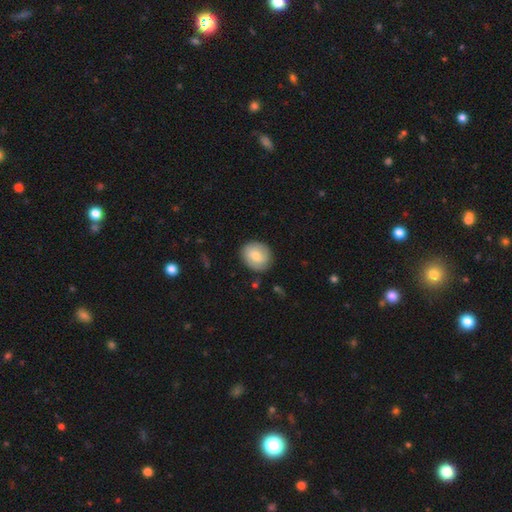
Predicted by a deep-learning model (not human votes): Smooth or featured?
  - smooth: 71% *
  - featured or disk: 22%
  - star or artifact: 7%
How rounded?
  - round: 67% *
  - in between: 32%
  - cigar-shaped: 1%
Merging?
  - none: 82% *
  - minor disturbance: 13%
  - major disturbance: 3%
  - merger: 2%